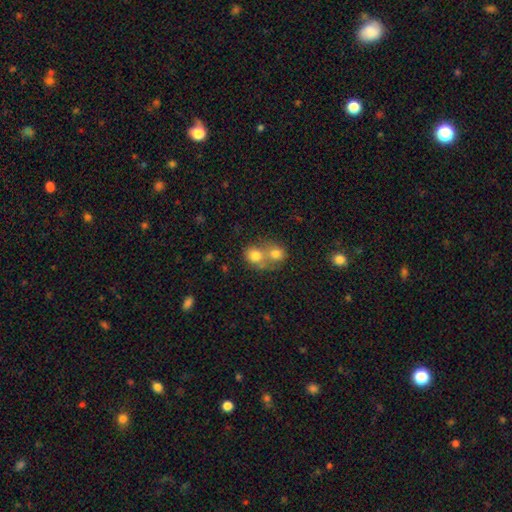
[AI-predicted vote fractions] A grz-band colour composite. It shows a smooth galaxy with no disk features (76%) that is round (73%). Merging: merger (65%).